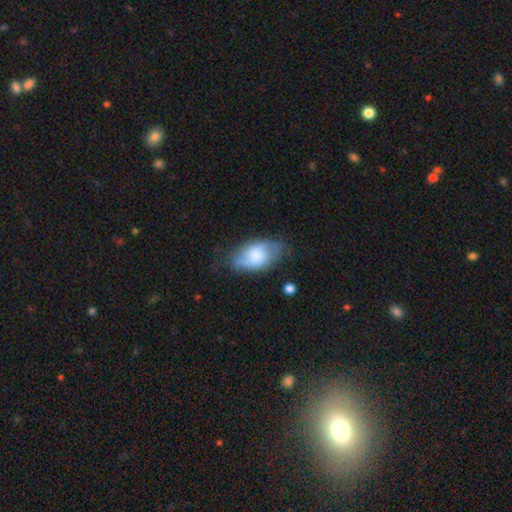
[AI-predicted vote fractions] This appears to be a smooth galaxy with no disk features (61%) that is in between round and cigar-shaped (92%). Merging: none (56%).